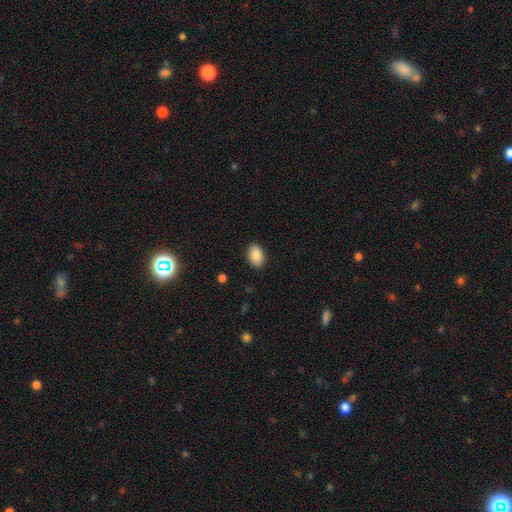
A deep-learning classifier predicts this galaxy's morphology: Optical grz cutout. It shows a smooth galaxy with no disk features (86%) that is in between round and cigar-shaped (86%). Merging: none (89%).